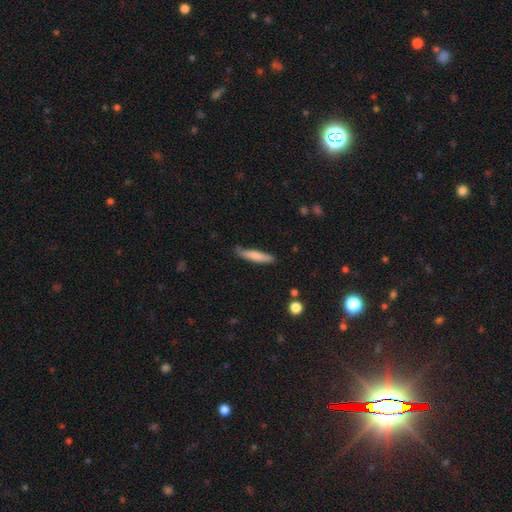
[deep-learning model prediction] smooth_or_featured: smooth (p=0.76) [alt: featured or disk p=0.18]
how_rounded: cigar-shaped (p=0.84) [alt: in between p=0.15]
merging: none (p=0.74) [alt: minor disturbance p=0.20]